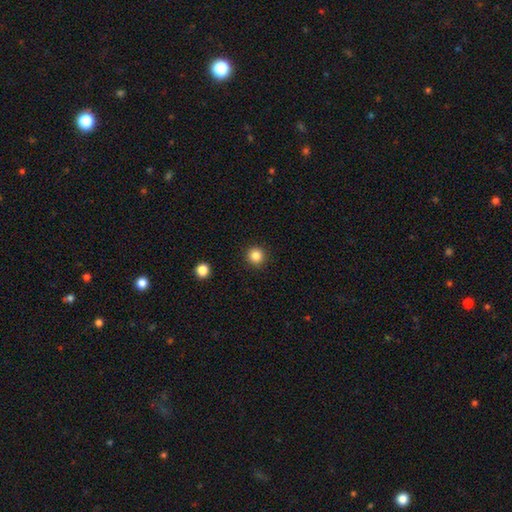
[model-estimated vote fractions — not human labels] Morphology: type=smooth (84%); roundness=round (95%); merging=none (92%).